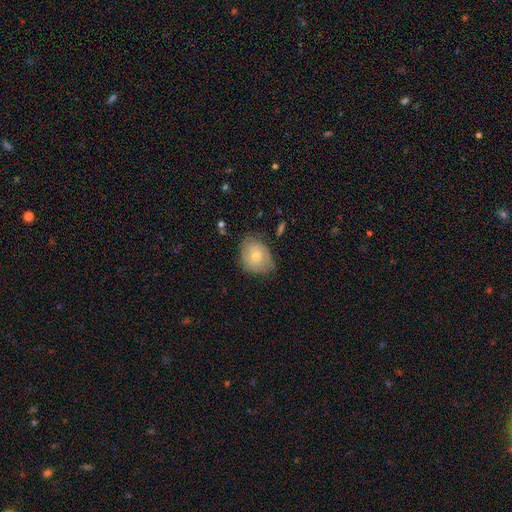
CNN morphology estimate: Smooth or featured: featured or disk — 50% (smooth — 41%)
Edge-on disk: no — 95% (yes — 5%)
Merging: none — 67% (minor disturbance — 25%)